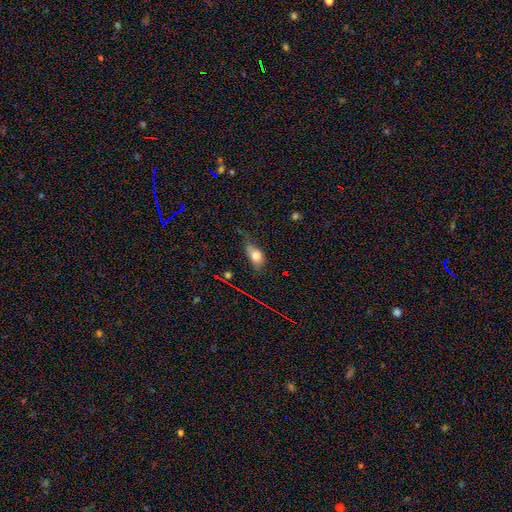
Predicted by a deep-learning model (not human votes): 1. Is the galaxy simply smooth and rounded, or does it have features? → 75% smooth, 13% featured or disk, 12% star or artifact.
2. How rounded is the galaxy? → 76% in between, 19% round, 5% cigar-shaped.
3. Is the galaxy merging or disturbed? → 45% none, 37% minor disturbance, 15% major disturbance, 3% merger.